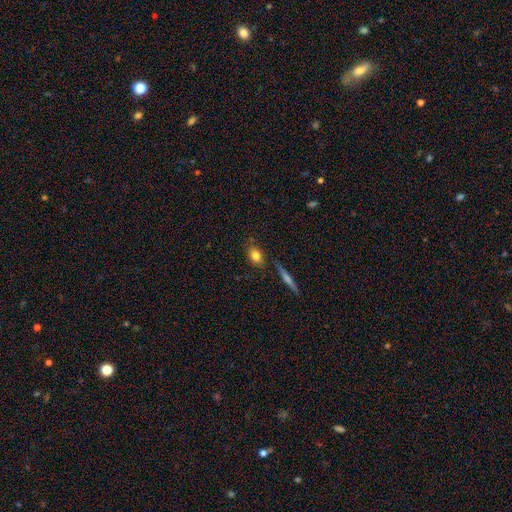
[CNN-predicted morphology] Smooth or featured?
  - smooth: 79% *
  - featured or disk: 12%
  - star or artifact: 9%
How rounded?
  - in between: 61% *
  - round: 32%
  - cigar-shaped: 7%
Merging?
  - none: 77% *
  - minor disturbance: 14%
  - merger: 5%
  - major disturbance: 3%